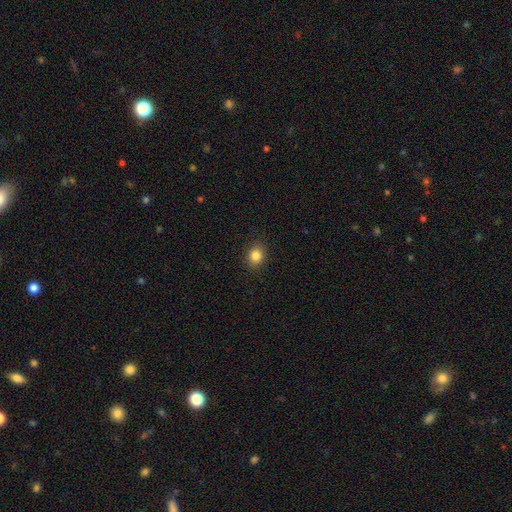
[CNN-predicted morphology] Smooth or featured? smooth (84%)
How rounded? round (66%)
Merging? none (89%)